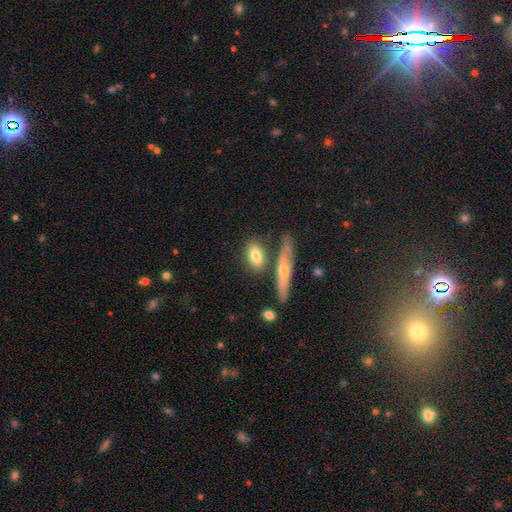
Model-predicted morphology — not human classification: A smooth galaxy with no disk features (75%) that is in between round and cigar-shaped (71%).

Vote fractions:
- Smooth or featured? smooth: 75% / featured or disk: 19% / star or artifact: 7%
- How rounded? in between: 71% / cigar-shaped: 19% / round: 10%
- Merging? none: 67% / merger: 15% / minor disturbance: 14% / major disturbance: 4%